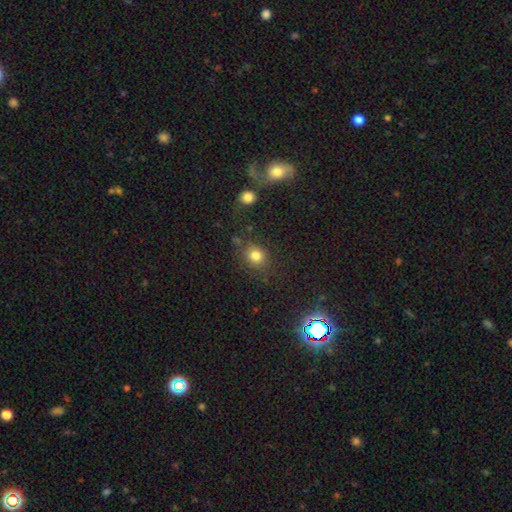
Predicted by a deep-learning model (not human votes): Smooth or featured?
  - smooth: 78% *
  - star or artifact: 15%
  - featured or disk: 7%
How rounded?
  - round: 76% *
  - in between: 22%
  - cigar-shaped: 1%
Merging?
  - none: 76% *
  - minor disturbance: 13%
  - major disturbance: 6%
  - merger: 5%